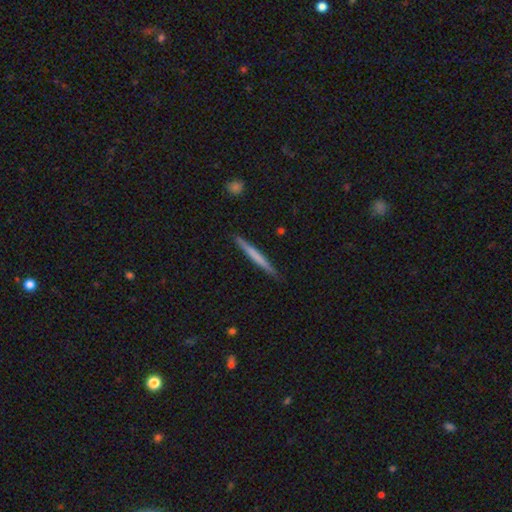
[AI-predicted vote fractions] A smooth galaxy with no disk features (56%) that is cigar-shaped (97%).

Vote fractions:
- Smooth or featured? smooth: 56% / featured or disk: 38% / star or artifact: 5%
- How rounded? cigar-shaped: 97% / in between: 2% / round: 1%
- Merging? none: 90% / minor disturbance: 7% / major disturbance: 1% / merger: 1%